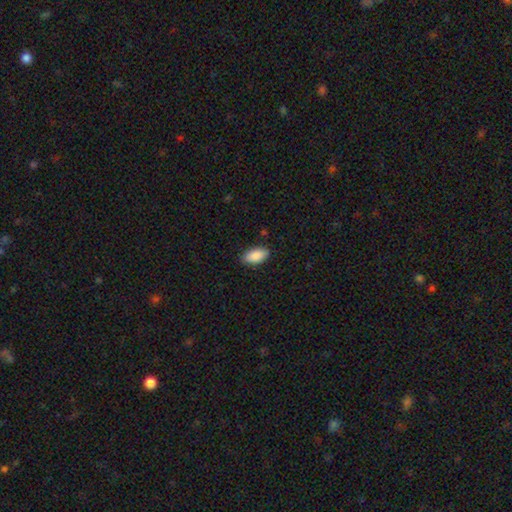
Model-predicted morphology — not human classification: Smooth or featured? Predicted: smooth (p=0.88). How rounded? Predicted: in between (p=0.93). Merging? Predicted: none (p=0.87).